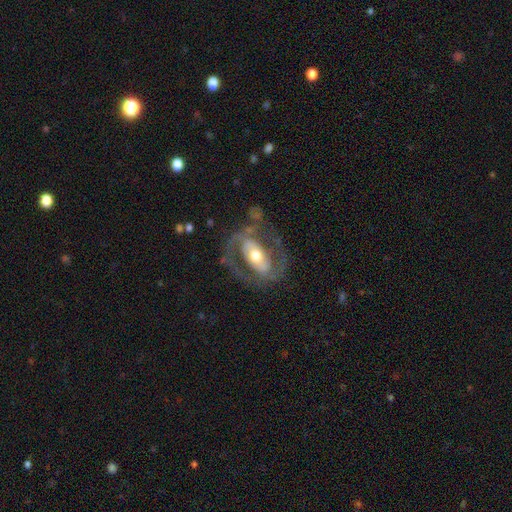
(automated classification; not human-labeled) This is likely a featured or disk galaxy (79%). It is clearly not viewed edge-on (94%). Bar: marginally strong (35%, tied with no). Spiral arm pattern: likely yes (73%). Spiral arm count: clearly 2 (84%). Spiral winding: possibly medium (49%). Central bulge: likely moderate (68%). Merging: likely none (65%).